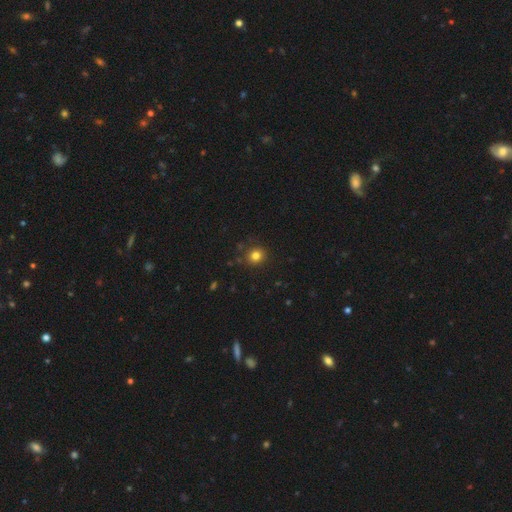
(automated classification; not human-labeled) A smooth galaxy with no disk features (80%) that is round (87%). Merging: none (86%).